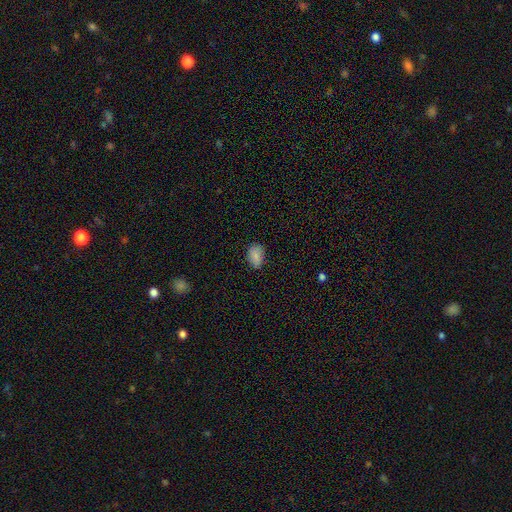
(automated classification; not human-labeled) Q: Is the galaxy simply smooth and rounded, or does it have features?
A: smooth — 85%.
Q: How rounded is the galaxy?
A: in between — 86%.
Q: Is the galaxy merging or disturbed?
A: none — 73%.